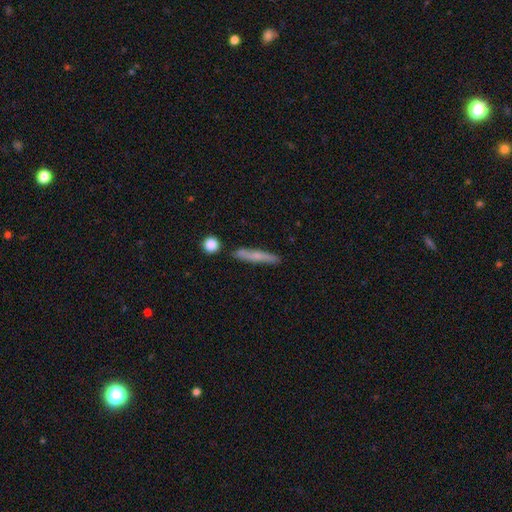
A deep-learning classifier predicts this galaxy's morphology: Smooth or featured? Predicted: smooth (p=0.57). How rounded? Predicted: cigar-shaped (p=0.92). Merging? Predicted: none (p=0.81).